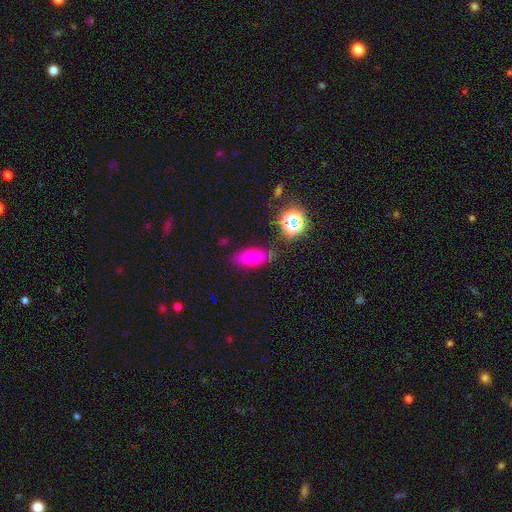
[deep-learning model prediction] Smooth or featured: smooth — 63% (star or artifact — 20%)
How rounded: in between — 76% (cigar-shaped — 16%)
Merging: none — 81% (minor disturbance — 13%)